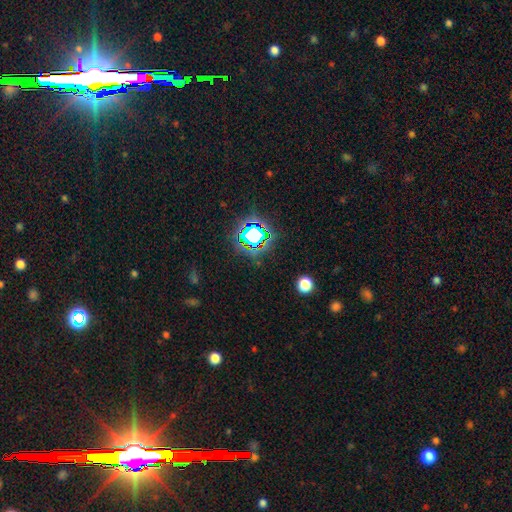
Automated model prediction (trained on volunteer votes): Smooth or featured?
  - star or artifact: 79% *
  - smooth: 14%
  - featured or disk: 7%